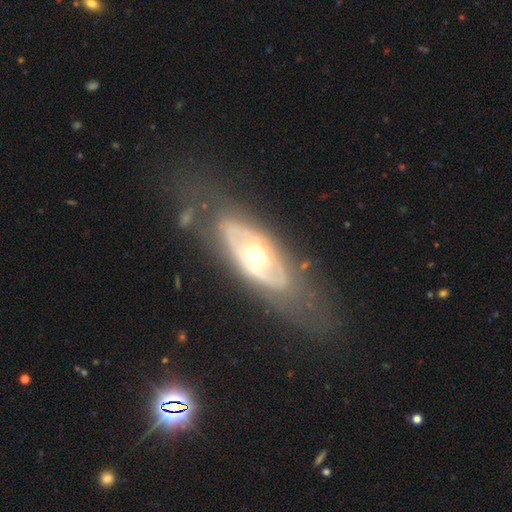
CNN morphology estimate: featured or disk 72%, smooth 22%, star or artifact 6%. Down the decision tree: edge-on disk — no (84%); bar — no (77%); spiral arms — no (73%); bulge size — moderate (66%); merging — none (72%).